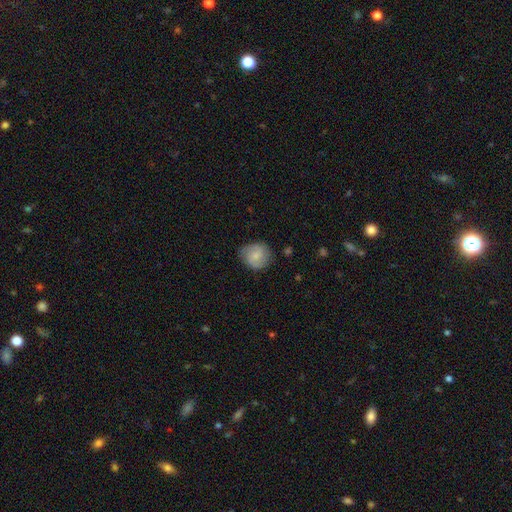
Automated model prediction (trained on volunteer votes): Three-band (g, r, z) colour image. It shows a smooth galaxy with no disk features (67%) that is round (83%). Merging: none (75%).